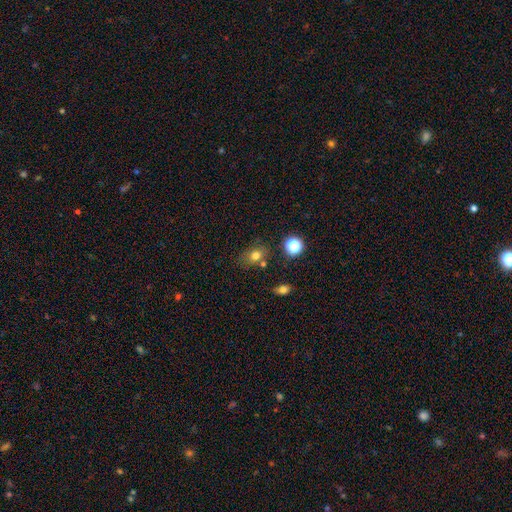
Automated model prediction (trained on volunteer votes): This is likely a smooth galaxy (74%). How rounded: possibly in between (60%). Merging: likely none (65%).